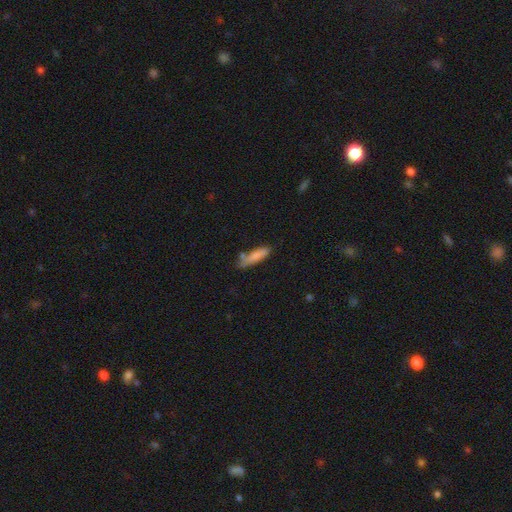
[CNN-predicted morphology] type=smooth (79%); roundness=cigar-shaped (73%); merging=none (60%).